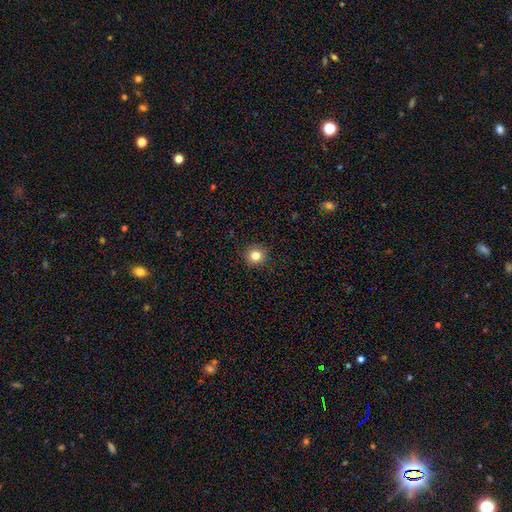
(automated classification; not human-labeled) Smooth or featured? Predicted: smooth (p=0.82). How rounded? Predicted: round (p=0.93). Merging? Predicted: none (p=0.92).